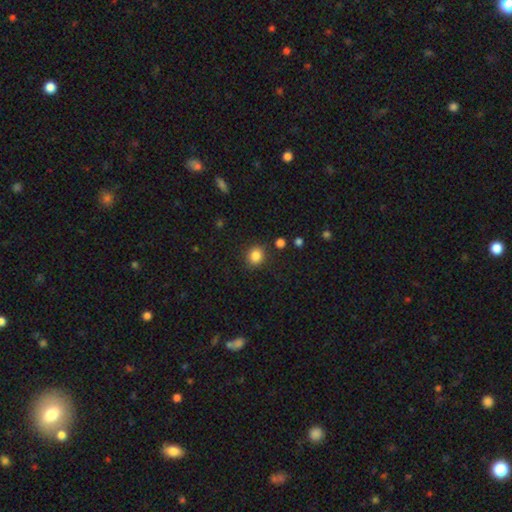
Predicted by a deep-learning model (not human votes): smooth 85%, star or artifact 11%, featured or disk 4%. Down the decision tree: how rounded — round (74%); merging — none (86%).